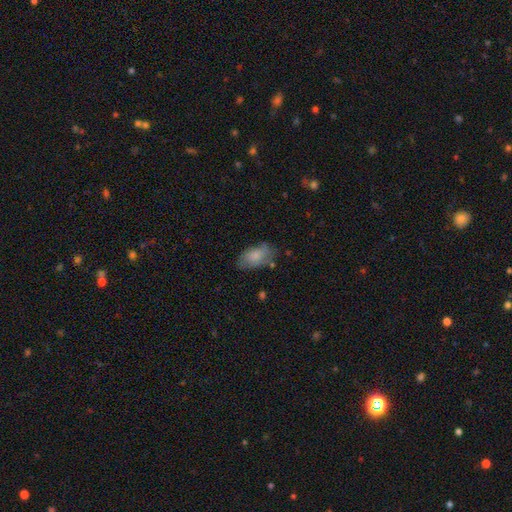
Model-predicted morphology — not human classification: smooth 75%, featured or disk 19%, star or artifact 7%. Down the decision tree: how rounded — in between (93%); merging — none (63%).